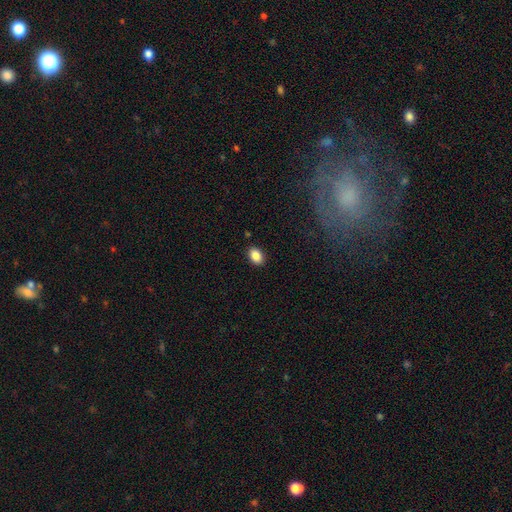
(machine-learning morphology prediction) smooth_or_featured: smooth (p=0.88) [alt: star or artifact p=0.08]
how_rounded: in between (p=0.84) [alt: round p=0.15]
merging: none (p=0.88) [alt: minor disturbance p=0.09]